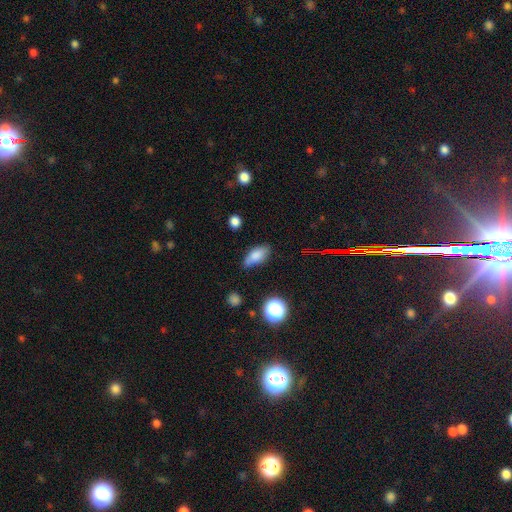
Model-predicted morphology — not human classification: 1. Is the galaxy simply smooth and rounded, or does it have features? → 77% smooth, 13% featured or disk, 10% star or artifact.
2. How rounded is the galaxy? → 83% in between, 12% cigar-shaped, 5% round.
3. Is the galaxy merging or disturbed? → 64% none, 28% minor disturbance, 6% major disturbance, 3% merger.